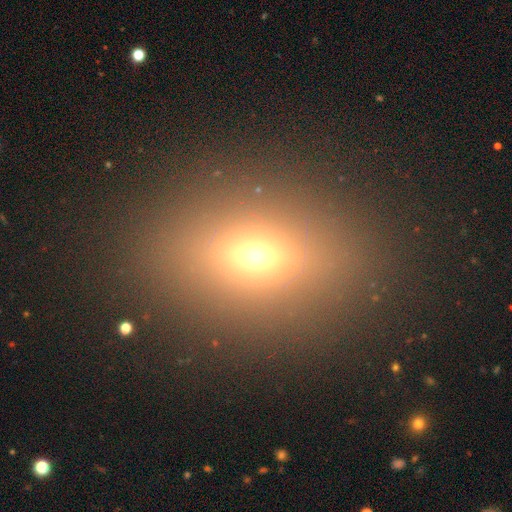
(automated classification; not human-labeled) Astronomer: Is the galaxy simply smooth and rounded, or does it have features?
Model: smooth — 59%.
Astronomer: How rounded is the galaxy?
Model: in between — 66%.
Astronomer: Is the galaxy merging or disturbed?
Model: none — 85%.